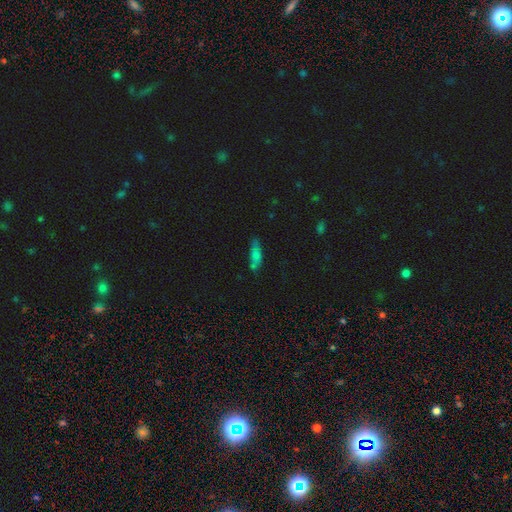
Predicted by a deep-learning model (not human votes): Smooth or featured?
  - smooth: 68% *
  - featured or disk: 20%
  - star or artifact: 12%
How rounded?
  - cigar-shaped: 54% *
  - in between: 43%
  - round: 3%
Merging?
  - none: 55% *
  - minor disturbance: 25%
  - merger: 12%
  - major disturbance: 8%